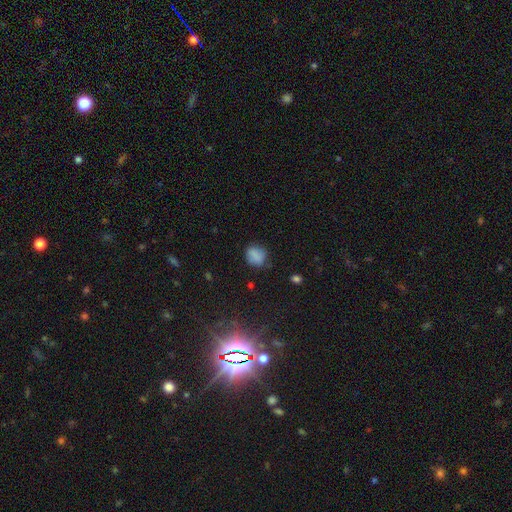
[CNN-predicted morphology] smooth-or-featured: smooth: 81% | star or artifact: 11% | featured or disk: 8%
  how-rounded: round: 54% | in between: 45% | cigar-shaped: 1%
  merging: none: 68% | minor disturbance: 23% | major disturbance: 6% | merger: 2%